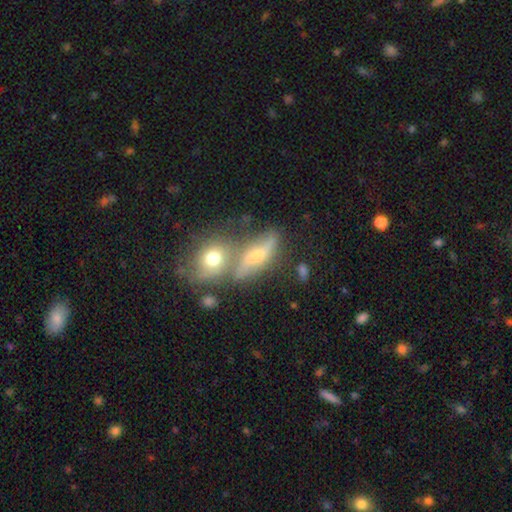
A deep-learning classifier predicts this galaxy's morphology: smooth_or_featured: featured or disk (p=0.52) [alt: smooth p=0.36]
disk_edge_on: no (p=0.51) [alt: yes p=0.49]
merging: none (p=0.44) [alt: merger p=0.33]